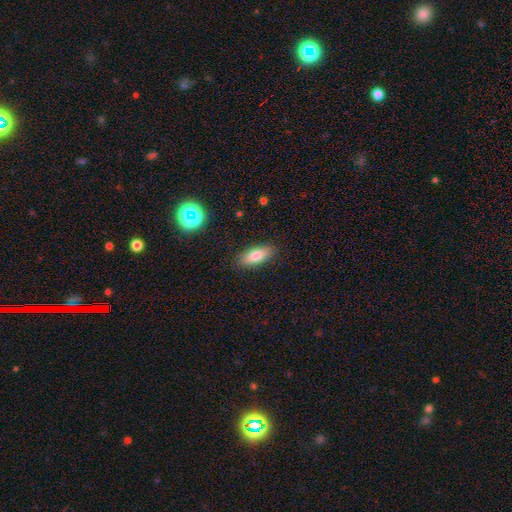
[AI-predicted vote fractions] Smooth or featured? Predicted: smooth (p=0.79). How rounded? Predicted: in between (p=0.73). Merging? Predicted: none (p=0.88).